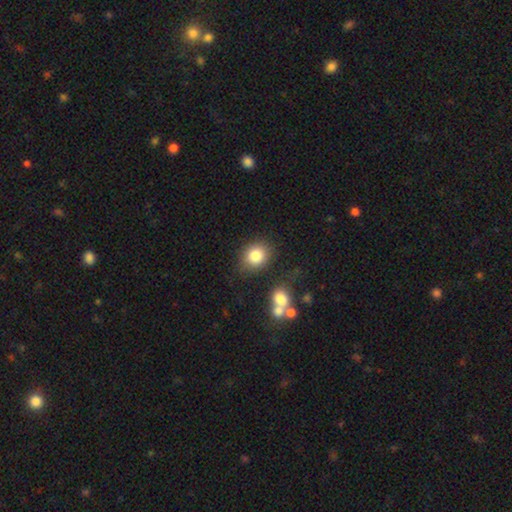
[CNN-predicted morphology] This is clearly a smooth galaxy (83%). How rounded: likely round (65%). Merging: likely none (76%).